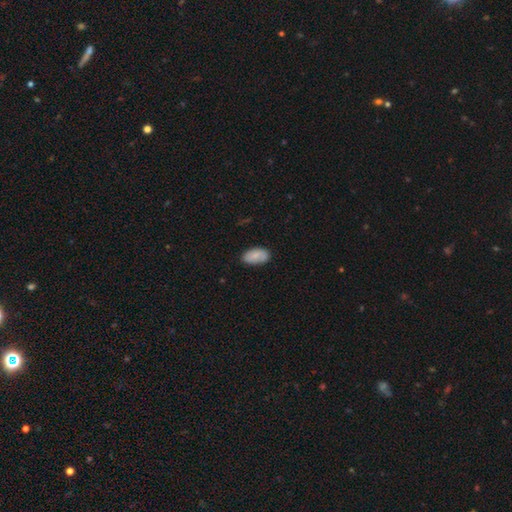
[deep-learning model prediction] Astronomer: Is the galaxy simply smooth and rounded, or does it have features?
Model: smooth — 74%.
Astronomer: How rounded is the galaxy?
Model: in between — 94%.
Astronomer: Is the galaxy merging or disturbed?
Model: none — 77%.